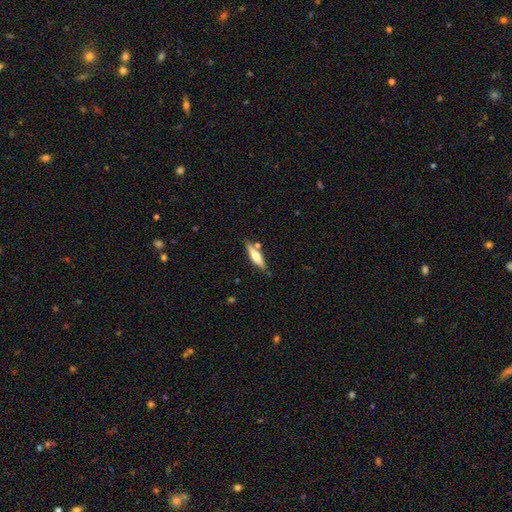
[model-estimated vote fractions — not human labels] This is possibly a featured or disk galaxy (53%). It is clearly viewed edge-on (94%). Merging: likely none (80%).